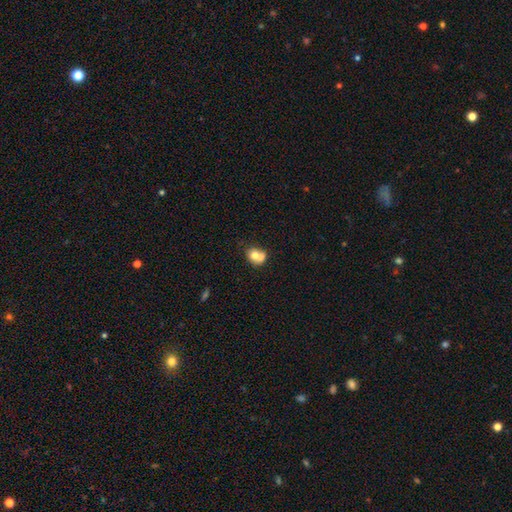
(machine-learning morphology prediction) Smooth or featured? smooth (71%)
How rounded? round (59%)
Merging? merger (52%)